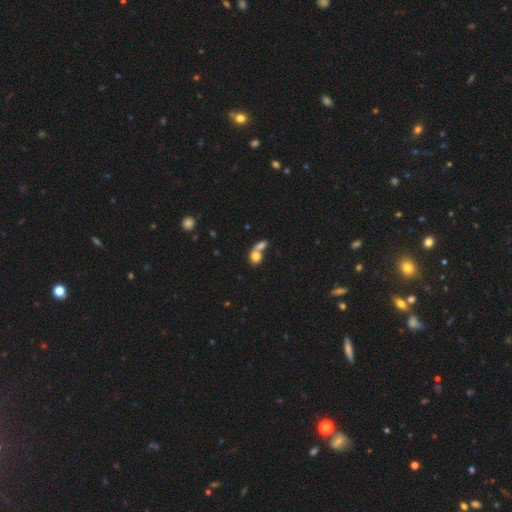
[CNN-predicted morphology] A smooth galaxy with no disk features (77%) that is round (58%). Merging: merger (64%).